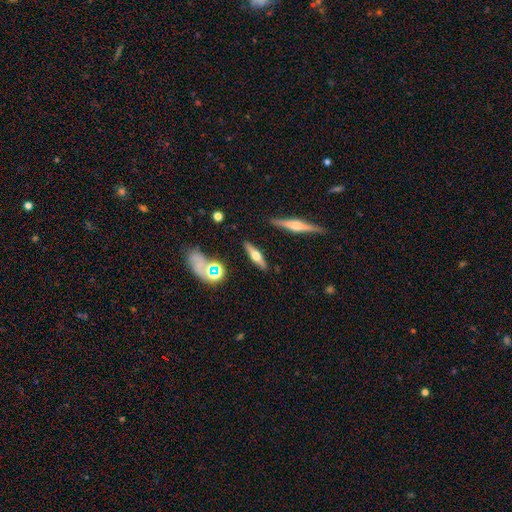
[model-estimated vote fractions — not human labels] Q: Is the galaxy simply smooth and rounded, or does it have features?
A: featured or disk — 59%.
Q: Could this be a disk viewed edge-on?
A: yes — 92%.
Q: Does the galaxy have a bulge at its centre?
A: rounded — 94%.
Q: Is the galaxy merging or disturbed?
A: none — 86%.